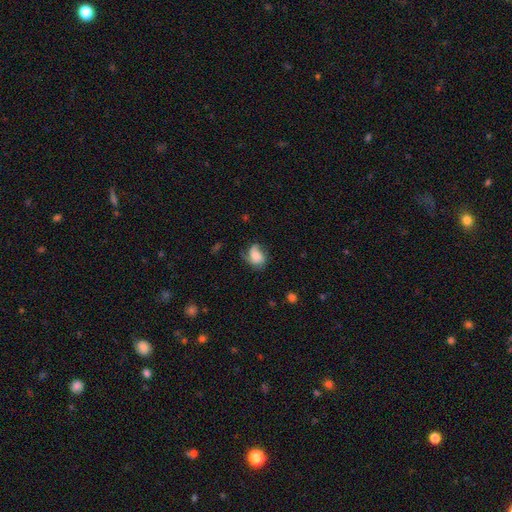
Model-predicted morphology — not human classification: A smooth galaxy with no disk features (55%) that is in between round and cigar-shaped (68%).

Vote fractions:
- Smooth or featured? smooth: 55% / featured or disk: 36% / star or artifact: 9%
- How rounded? in between: 68% / round: 30% / cigar-shaped: 1%
- Merging? none: 47% / minor disturbance: 29% / major disturbance: 21% / merger: 2%